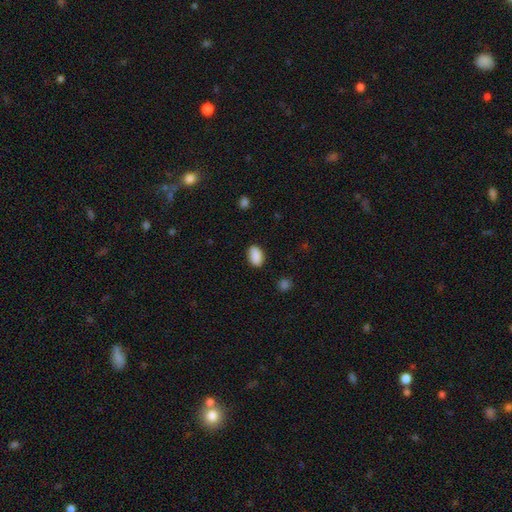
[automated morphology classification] This appears to be a smooth galaxy with no disk features (89%) that is in between round and cigar-shaped (91%). Merging: none (84%).